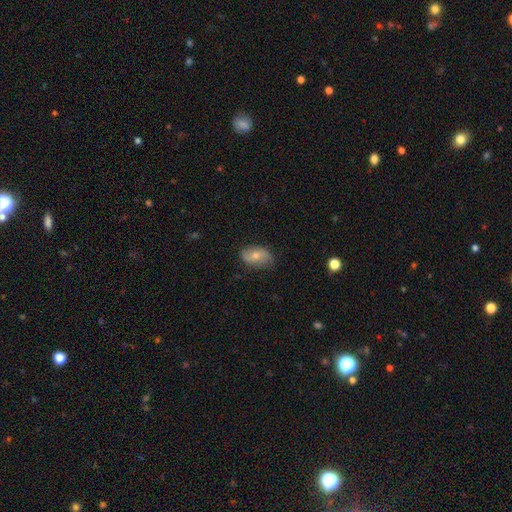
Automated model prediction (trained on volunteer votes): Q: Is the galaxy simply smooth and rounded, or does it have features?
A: smooth — 57%.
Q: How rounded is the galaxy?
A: in between — 89%.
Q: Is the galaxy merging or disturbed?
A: none — 76%.